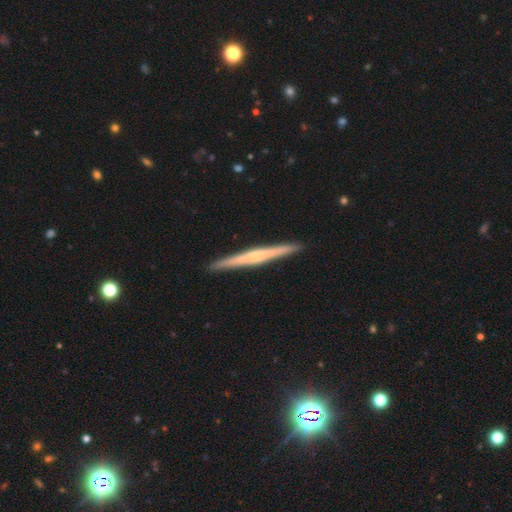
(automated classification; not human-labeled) This is likely a featured or disk galaxy (66%). It is clearly viewed edge-on (98%). Edge-on bulge: marginally rounded (45%). Merging: clearly none (93%).